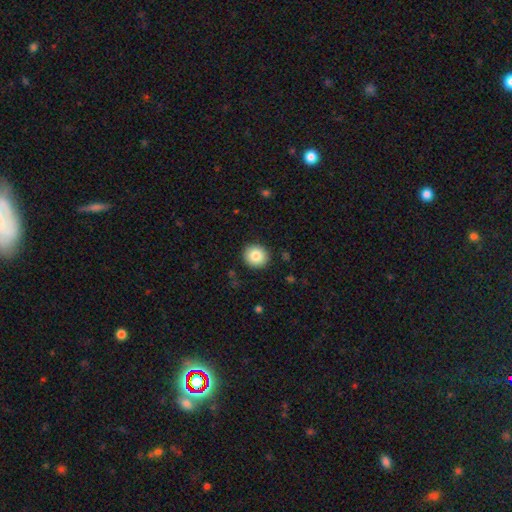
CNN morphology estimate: Smooth or featured: smooth — 84% (star or artifact — 9%)
How rounded: round — 89% (in between — 10%)
Merging: none — 91% (minor disturbance — 6%)